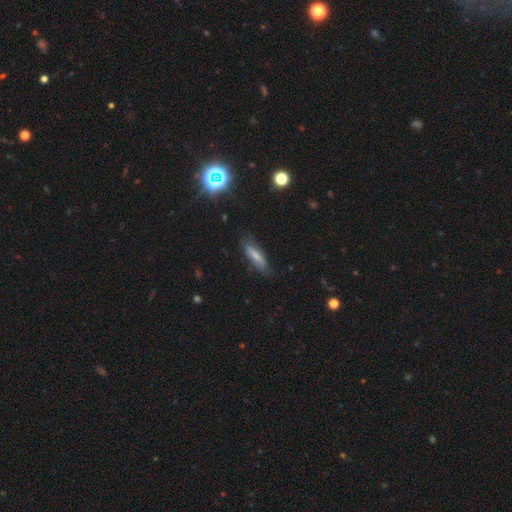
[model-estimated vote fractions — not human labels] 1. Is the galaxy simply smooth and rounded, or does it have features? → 59% smooth, 32% featured or disk, 8% star or artifact.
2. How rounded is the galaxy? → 51% cigar-shaped, 47% in between, 2% round.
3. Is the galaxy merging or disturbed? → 72% none, 21% minor disturbance, 6% major disturbance, 2% merger.